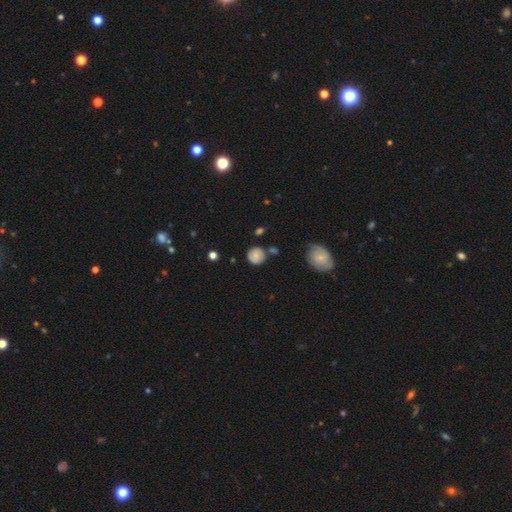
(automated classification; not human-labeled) Q: Smooth or featured?
A: smooth (74%); runner-up: featured or disk (17%)
Q: How rounded?
A: round (88%); runner-up: in between (11%)
Q: Merging?
A: none (73%); runner-up: minor disturbance (17%)